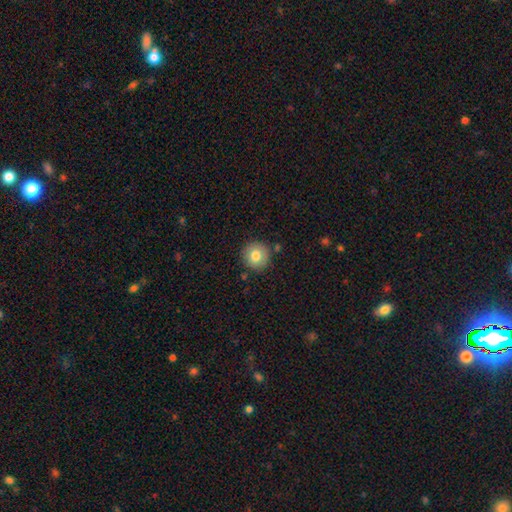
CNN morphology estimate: Smooth or featured? smooth (80%)
How rounded? round (94%)
Merging? none (87%)